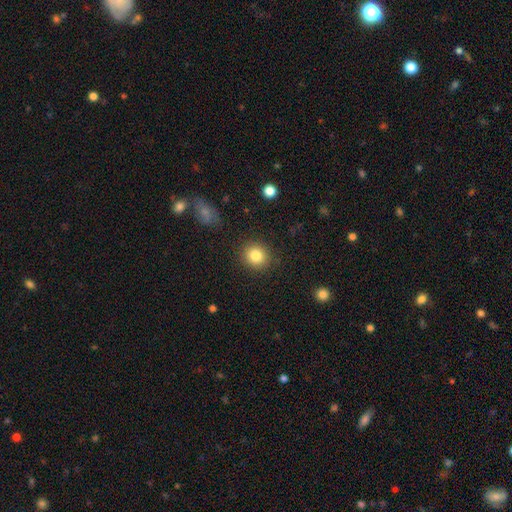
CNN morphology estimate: Smooth or featured?
  - smooth: 83% *
  - star or artifact: 10%
  - featured or disk: 7%
How rounded?
  - round: 84% *
  - in between: 15%
  - cigar-shaped: 1%
Merging?
  - none: 89% *
  - minor disturbance: 7%
  - major disturbance: 3%
  - merger: 1%